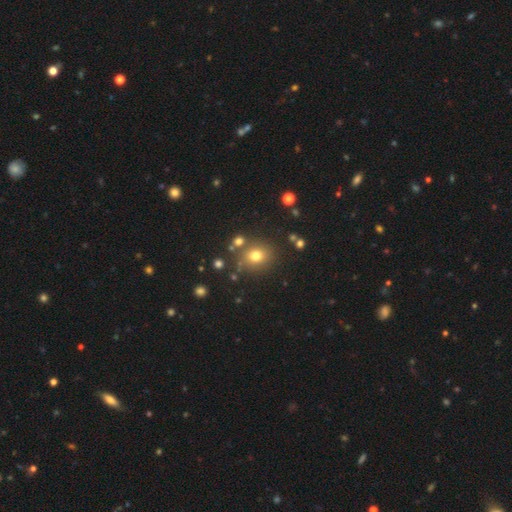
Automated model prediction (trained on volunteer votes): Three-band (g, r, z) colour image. It shows a smooth galaxy with no disk features (74%) that is round (76%). Merging: none (78%).